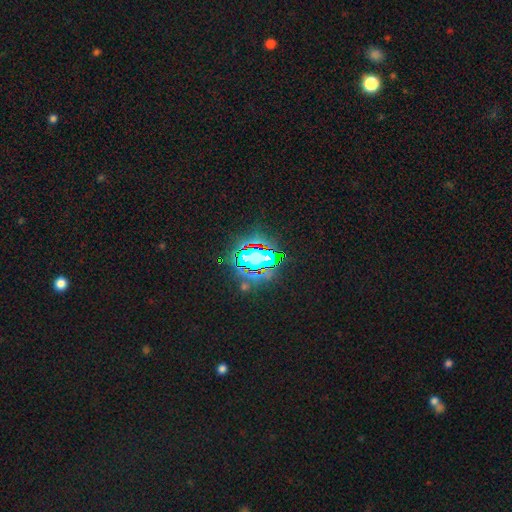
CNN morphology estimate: type=star or artifact (73%).